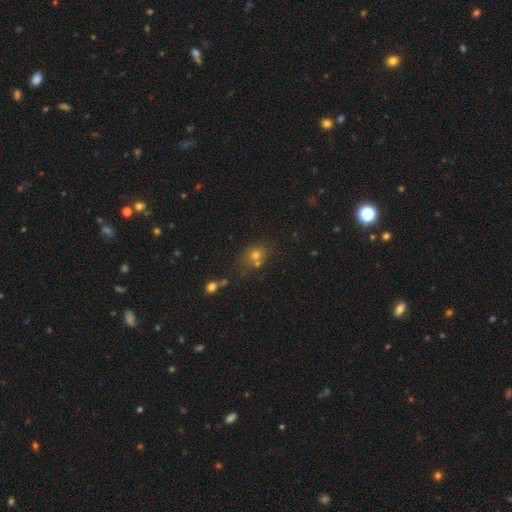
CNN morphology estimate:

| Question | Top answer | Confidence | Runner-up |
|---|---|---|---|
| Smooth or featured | smooth | 65% | star or artifact (23%) |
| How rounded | round | 70% | in between (28%) |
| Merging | none | 56% | merger (26%) |